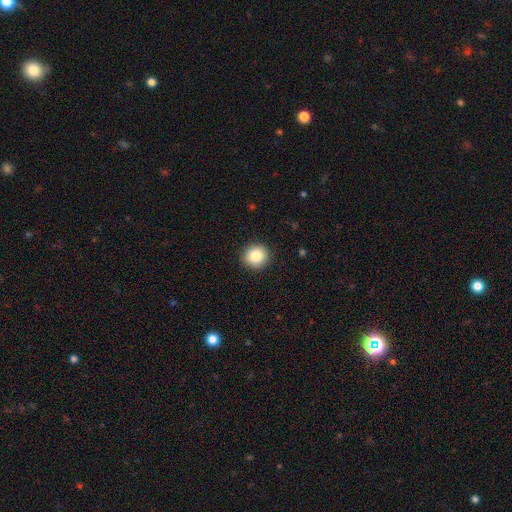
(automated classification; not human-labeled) The model was most divided on "smooth or featured": smooth: 85%, star or artifact: 9%, featured or disk: 6%. More confident: how rounded — round (93%); merging — none (92%).